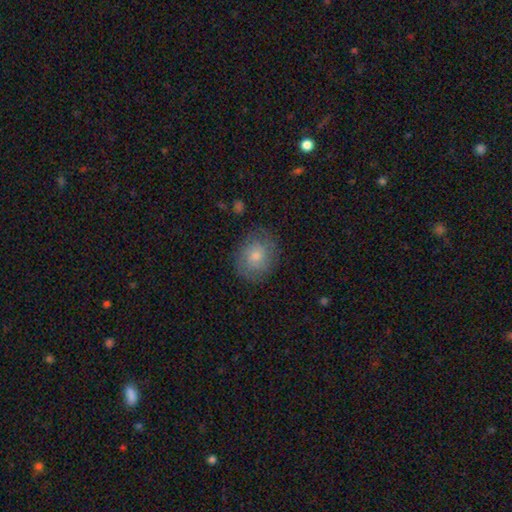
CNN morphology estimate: Smooth or featured? smooth (62%)
How rounded? round (64%)
Merging? none (80%)